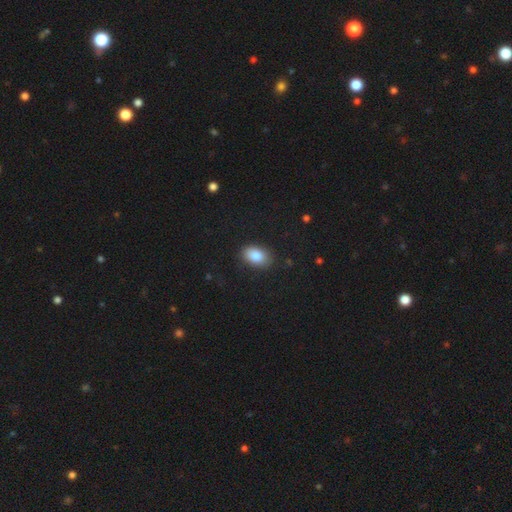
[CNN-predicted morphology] Overall: smooth (84%). How rounded: in between (87%). Merging: none (87%).